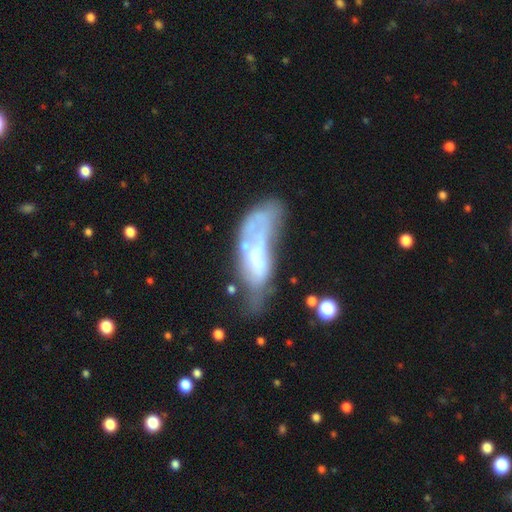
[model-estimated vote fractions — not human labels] Overall: featured or disk (55%; smooth 36%). Edge-on disk: no (84%). Merging: major disturbance (34%; none 23%).